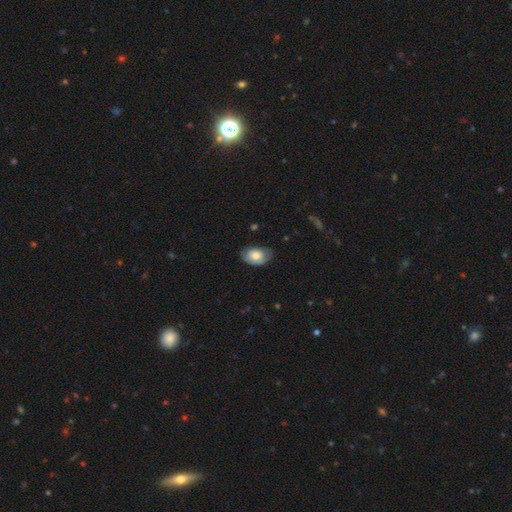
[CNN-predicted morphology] Smooth or featured: smooth — 68% (featured or disk — 25%)
How rounded: in between — 85% (round — 14%)
Merging: none — 66% (minor disturbance — 27%)